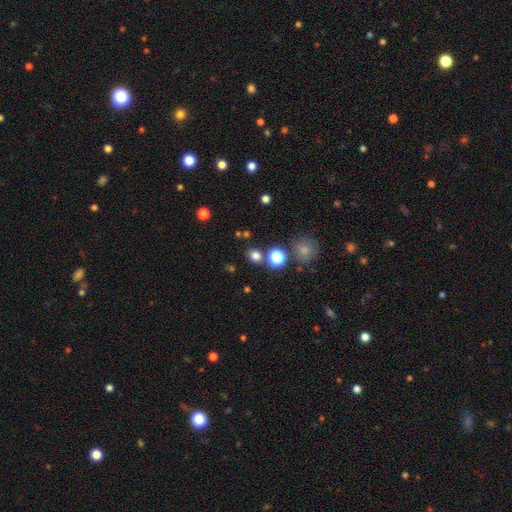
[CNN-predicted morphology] smooth_or_featured: smooth (p=0.75) [alt: star or artifact p=0.20]
how_rounded: round (p=0.74) [alt: in between p=0.25]
merging: none (p=0.80) [alt: merger p=0.09]